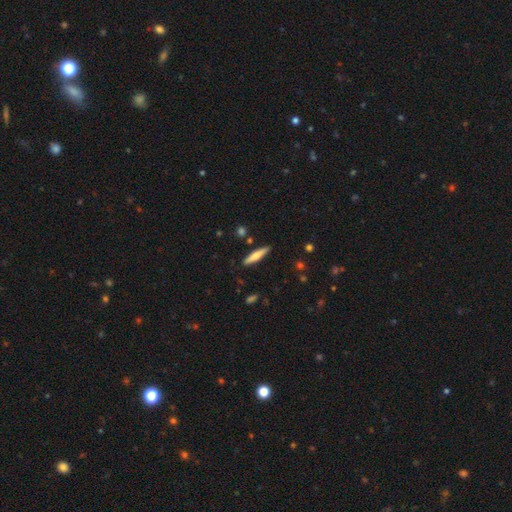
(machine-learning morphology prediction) This appears to be a smooth galaxy with no disk features (58%) that is cigar-shaped (86%). Merging: none (88%).